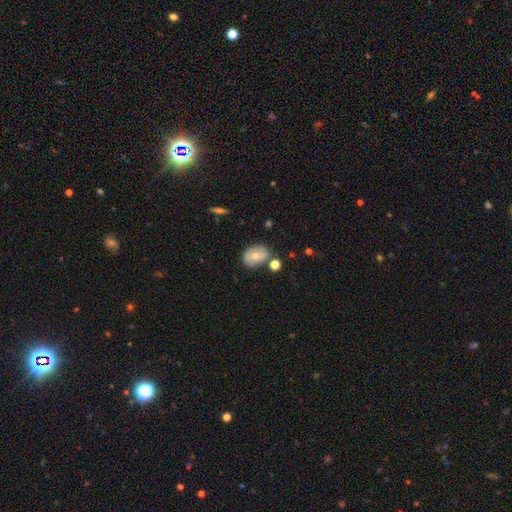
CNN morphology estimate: The model was most divided on "smooth or featured": smooth: 54%, featured or disk: 37%, star or artifact: 9%. More confident: how rounded — in between (66%); merging — none (64%).